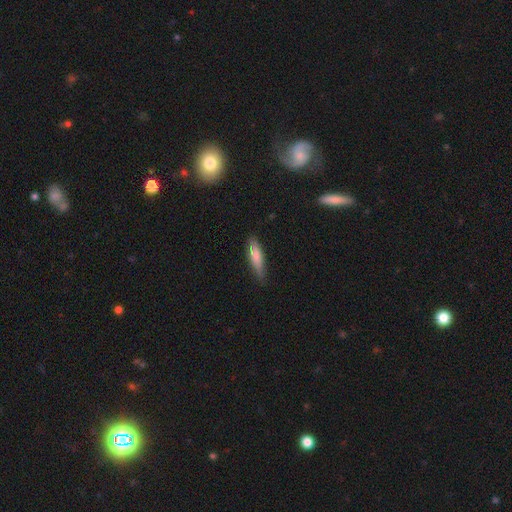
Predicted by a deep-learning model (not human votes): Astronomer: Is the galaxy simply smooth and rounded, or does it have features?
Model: smooth — 78%.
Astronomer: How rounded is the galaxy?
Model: cigar-shaped — 64%.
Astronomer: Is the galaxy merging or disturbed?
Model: none — 76%.